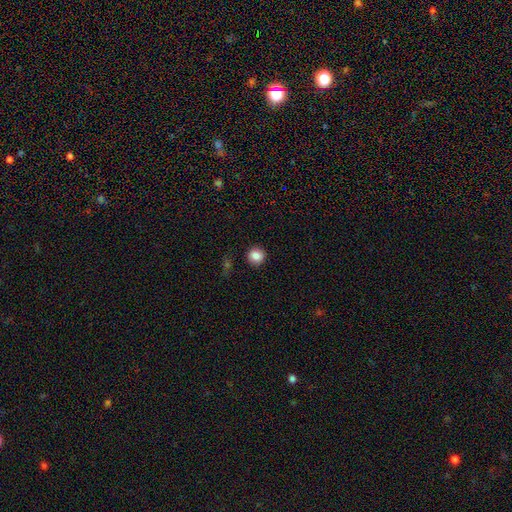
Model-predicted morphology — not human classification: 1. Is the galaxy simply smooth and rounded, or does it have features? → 86% smooth, 10% star or artifact, 4% featured or disk.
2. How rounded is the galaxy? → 93% round, 6% in between, 1% cigar-shaped.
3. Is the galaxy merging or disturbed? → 91% none, 6% minor disturbance, 2% major disturbance, 1% merger.